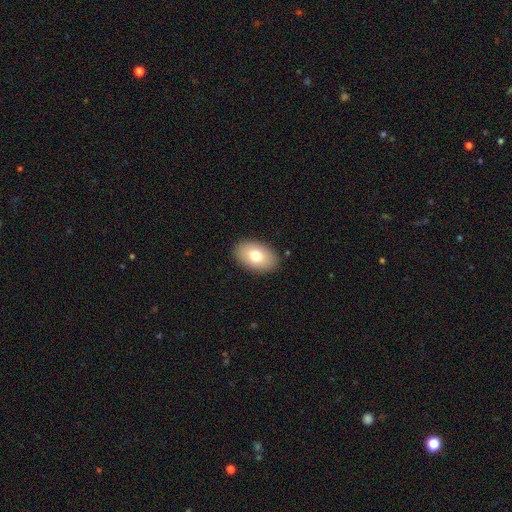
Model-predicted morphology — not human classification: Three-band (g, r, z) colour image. It shows a smooth galaxy with no disk features (76%) that is in between round and cigar-shaped (90%). Merging: none (88%).